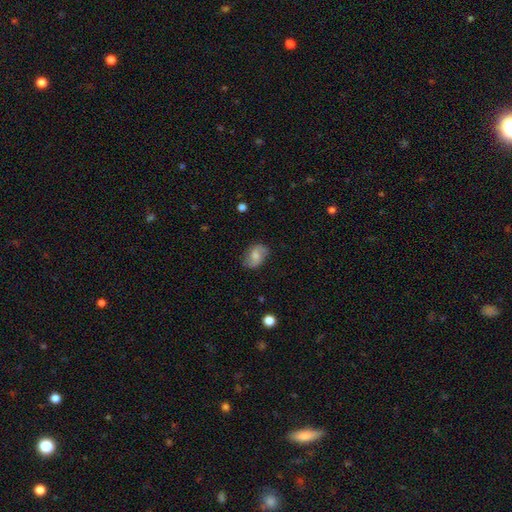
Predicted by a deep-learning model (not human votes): A smooth galaxy with no disk features (49%).

Vote fractions:
- Smooth or featured? smooth: 49% / featured or disk: 43% / star or artifact: 8%
- Merging? none: 76% / minor disturbance: 18% / major disturbance: 5% / merger: 1%